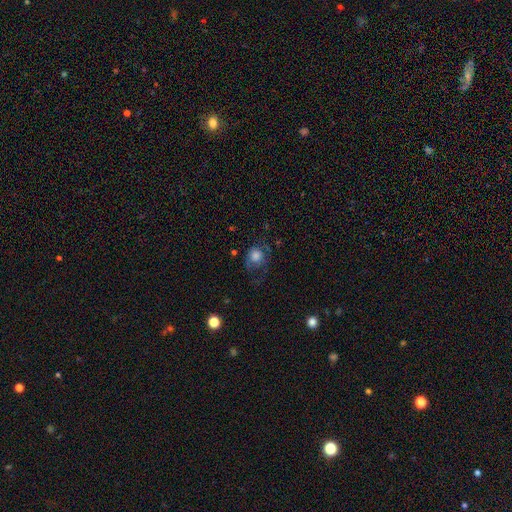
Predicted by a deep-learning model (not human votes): Overall: smooth (63%; featured or disk 25%). How rounded: round (73%). Merging: none (52%; major disturbance 24%).